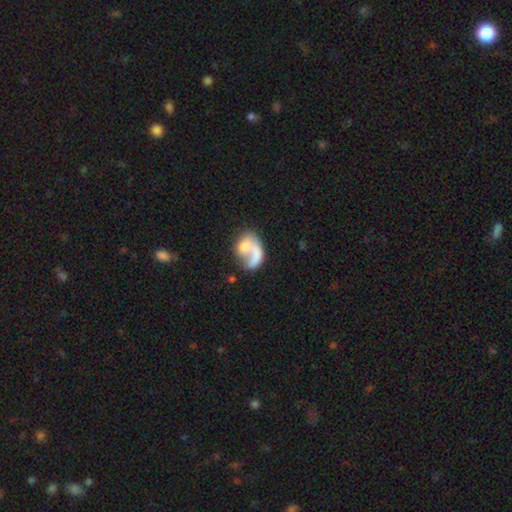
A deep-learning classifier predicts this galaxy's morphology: A smooth galaxy with no disk features (46%, tied with featured or disk). Merging: major disturbance (32%).